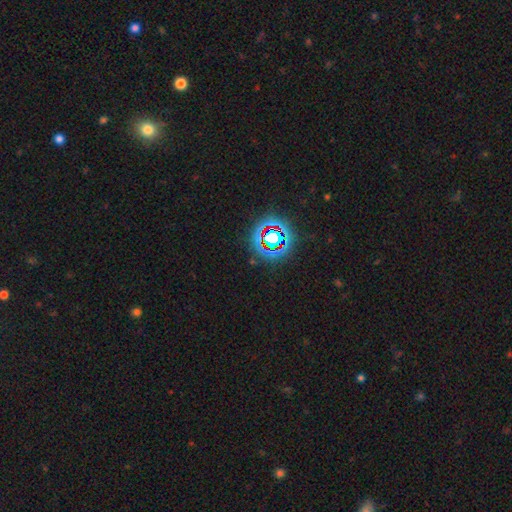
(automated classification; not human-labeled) Smooth or featured? Predicted: star or artifact (p=0.76).